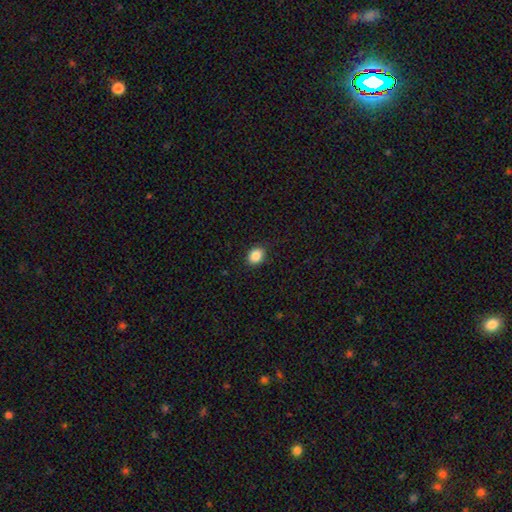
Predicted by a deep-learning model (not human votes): Morphology: type=smooth (87%); roundness=round (54%); merging=none (88%).